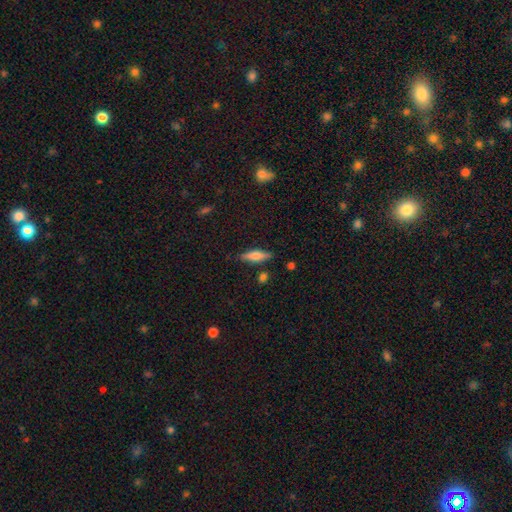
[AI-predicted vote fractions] The model was most divided on "how rounded": cigar-shaped: 57%, in between: 41%, round: 2%. More confident: merging — none (82%); smooth or featured — smooth (60%).